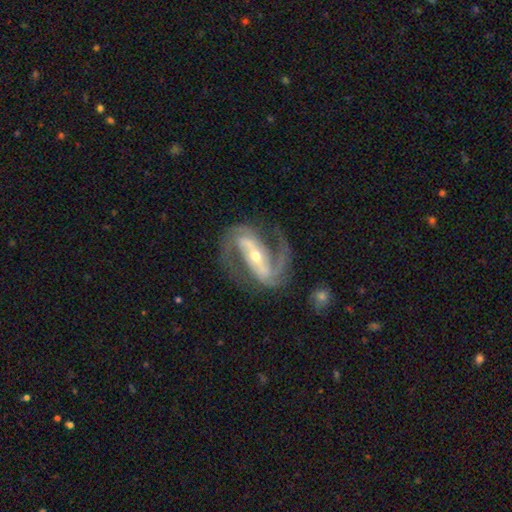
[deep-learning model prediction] Overall: featured or disk (92%). Edge-on disk: no (96%). Bar: strong (68%). Spiral arms: yes (98%). Spiral arm count: 2 (90%). Spiral winding: medium (58%; tight 23%). Bulge size: small (53%; moderate 42%). Merging: none (76%).